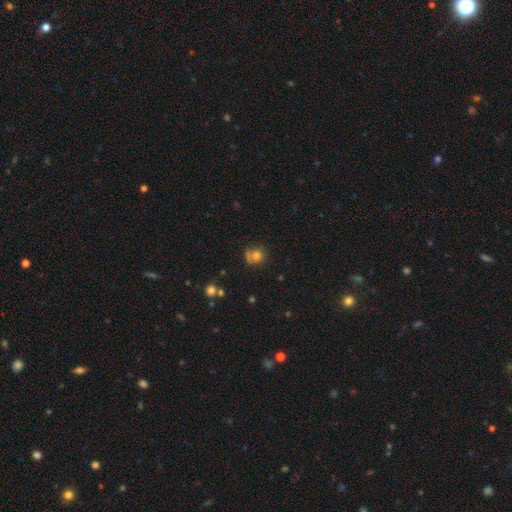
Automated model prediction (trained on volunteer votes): A smooth galaxy with no disk features (72%) that is round (79%).

Vote fractions:
- Smooth or featured? smooth: 72% / featured or disk: 15% / star or artifact: 13%
- How rounded? round: 79% / in between: 20% / cigar-shaped: 1%
- Merging? none: 51% / minor disturbance: 20% / merger: 15% / major disturbance: 14%